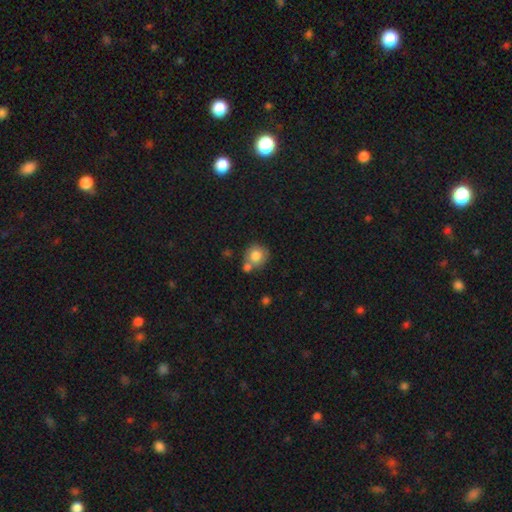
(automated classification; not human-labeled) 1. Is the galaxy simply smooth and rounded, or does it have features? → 79% smooth, 12% featured or disk, 9% star or artifact.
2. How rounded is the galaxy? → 86% round, 13% in between, 1% cigar-shaped.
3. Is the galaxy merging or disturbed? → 53% none, 31% merger, 12% minor disturbance, 4% major disturbance.